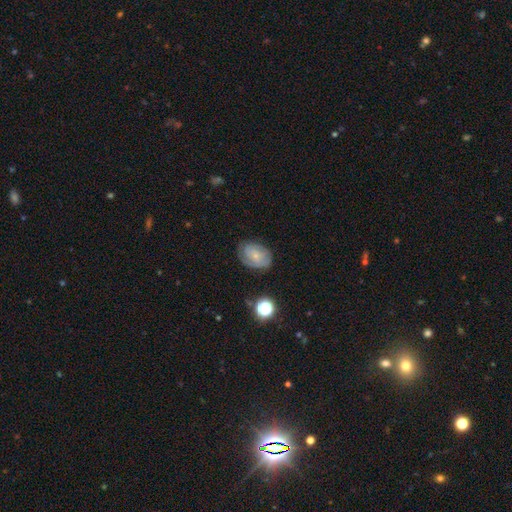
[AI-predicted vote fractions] smooth-or-featured: featured or disk: 58% | smooth: 33% | star or artifact: 9%
  disk-edge-on: no: 96% | yes: 4%
    bar: no: 74% | weak: 22% | strong: 4%
    has-spiral-arms: yes: 81% | no: 19%
    bulge-size: small: 76% | moderate: 17% | none: 5% | large: 1% | dominant: 1%
  merging: none: 70% | minor disturbance: 21% | major disturbance: 8% | merger: 2%